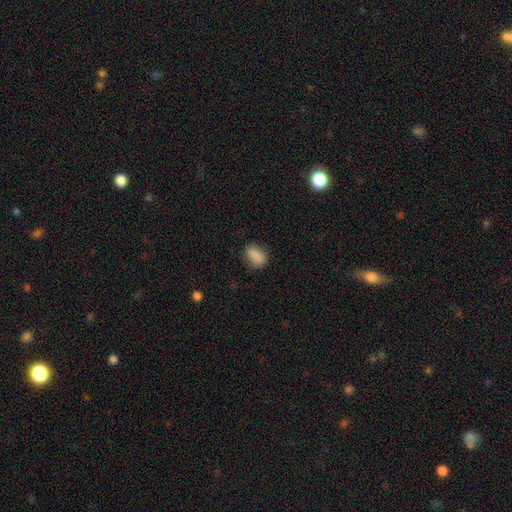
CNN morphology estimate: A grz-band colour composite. It shows a smooth galaxy with no disk features (86%) that is in between round and cigar-shaped (79%). Merging: none (77%).